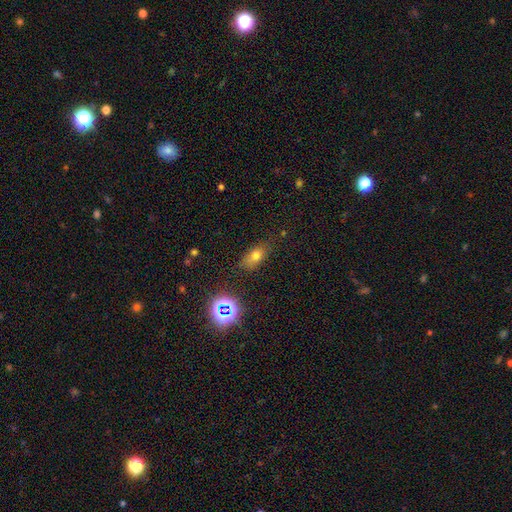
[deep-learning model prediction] smooth-or-featured: smooth: 68% | star or artifact: 18% | featured or disk: 14%
  how-rounded: in between: 76% | round: 16% | cigar-shaped: 8%
  merging: none: 75% | minor disturbance: 17% | major disturbance: 5% | merger: 2%